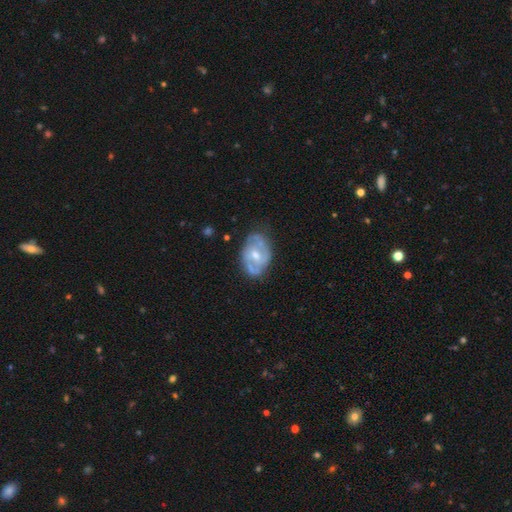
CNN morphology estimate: Smooth or featured?
  - featured or disk: 75% *
  - smooth: 20%
  - star or artifact: 5%
Edge-on disk?
  - no: 96% *
  - yes: 4%
Bar?
  - no: 48% *
  - weak: 43%
  - strong: 10%
Spiral arms?
  - yes: 79% *
  - no: 21%
Spiral winding?
  - medium: 43% *
  - tight: 41%
  - loose: 16%
Spiral arm count?
  - 2: 60% *
  - can't tell: 24%
  - 3: 8%
  - 1: 4%
  - 4: 2%
  - more than 4: 2%
Bulge size?
  - moderate: 63% *
  - small: 31%
  - large: 3%
  - none: 2%
  - dominant: 1%
Merging?
  - none: 66% *
  - minor disturbance: 24%
  - major disturbance: 8%
  - merger: 2%